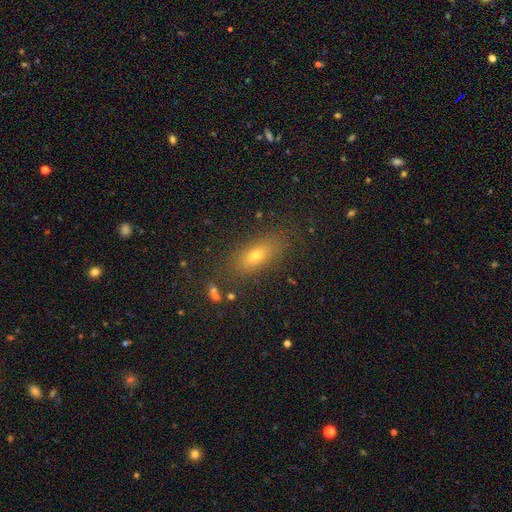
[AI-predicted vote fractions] smooth 68%, featured or disk 18%, star or artifact 13%. Down the decision tree: how rounded — in between (74%); merging — none (82%).